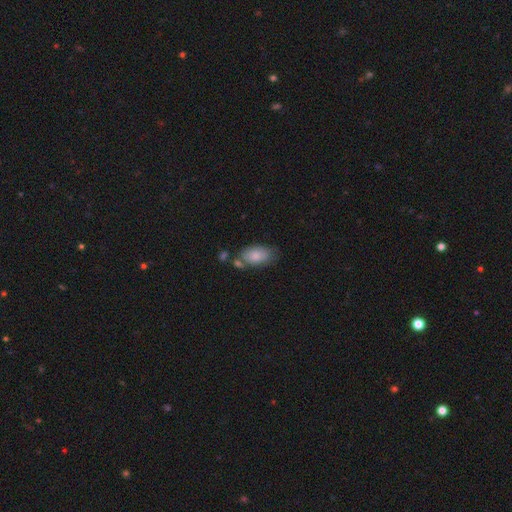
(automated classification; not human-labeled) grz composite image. It shows a smooth galaxy with no disk features (82%) that is in between round and cigar-shaped (93%). Merging: none (55%).